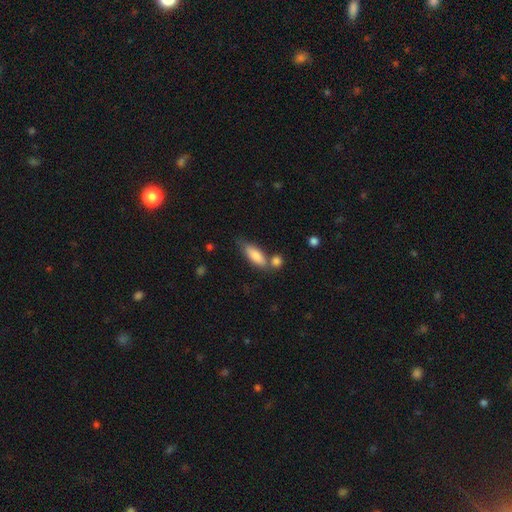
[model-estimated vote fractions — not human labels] A smooth galaxy with no disk features (81%) that is in between round and cigar-shaped (65%). Merging: none (57%).